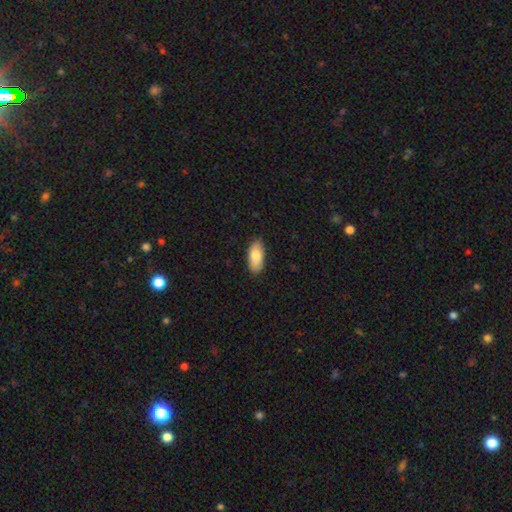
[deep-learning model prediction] Q: Smooth or featured?
A: smooth (82%); runner-up: featured or disk (12%)
Q: How rounded?
A: in between (90%); runner-up: cigar-shaped (8%)
Q: Merging?
A: none (85%); runner-up: minor disturbance (12%)